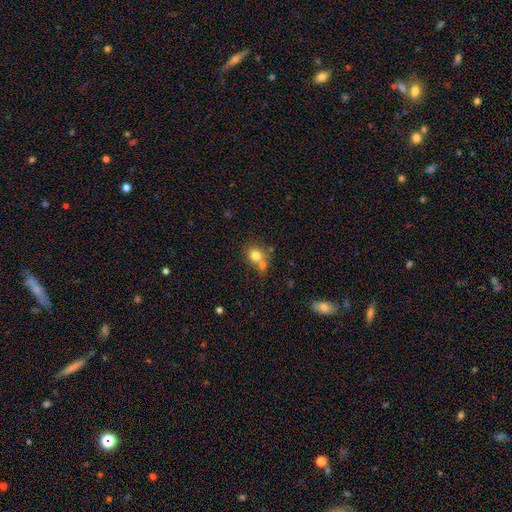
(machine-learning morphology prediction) Smooth or featured? Predicted: smooth (p=0.77). How rounded? Predicted: round (p=0.79). Merging? Predicted: none (p=0.46).